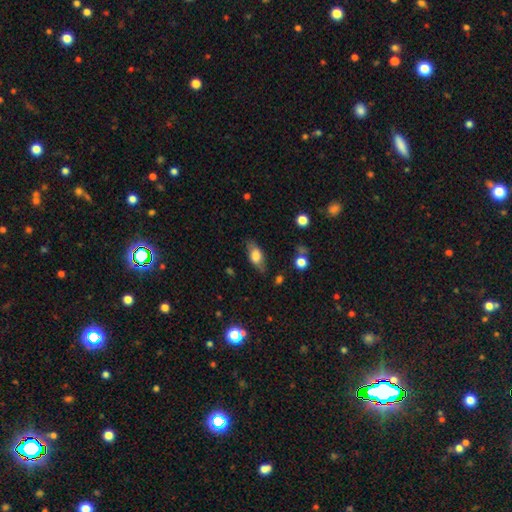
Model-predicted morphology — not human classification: smooth 67%, featured or disk 25%, star or artifact 8%. Down the decision tree: how rounded — in between (83%); merging — none (74%).